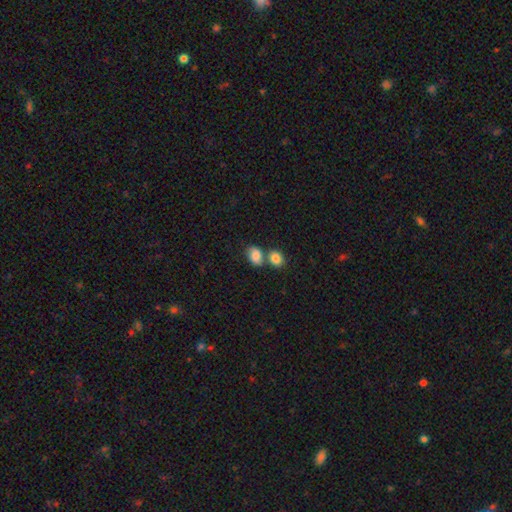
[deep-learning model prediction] smooth_or_featured: smooth (p=0.85) [alt: star or artifact p=0.08]
how_rounded: in between (p=0.72) [alt: round p=0.27]
merging: merger (p=0.42) [tied with: none p=0.42]